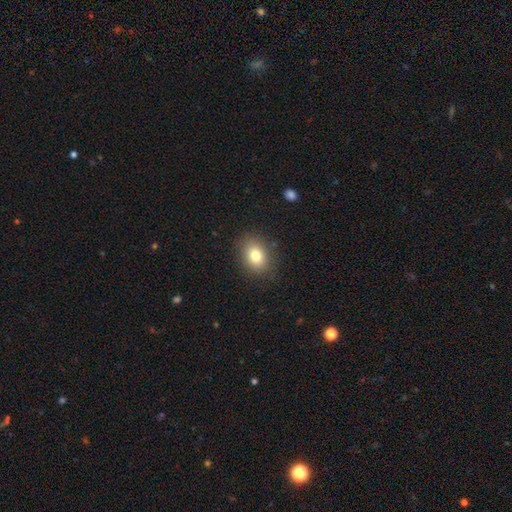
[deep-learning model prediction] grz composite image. It shows a smooth galaxy with no disk features (79%) that is in between round and cigar-shaped (62%). Merging: none (86%).